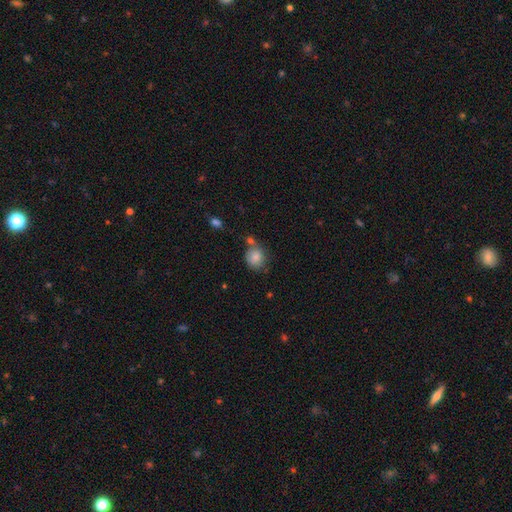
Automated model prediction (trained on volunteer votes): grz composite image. It shows a smooth galaxy with no disk features (83%) that is round (74%). Merging: none (59%).